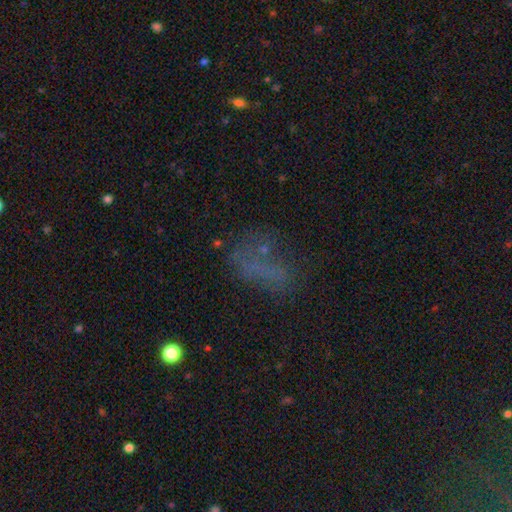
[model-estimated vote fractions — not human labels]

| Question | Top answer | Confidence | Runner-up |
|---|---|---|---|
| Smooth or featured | smooth | 43% | star or artifact (33%) |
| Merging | none | 53% | major disturbance (22%) |